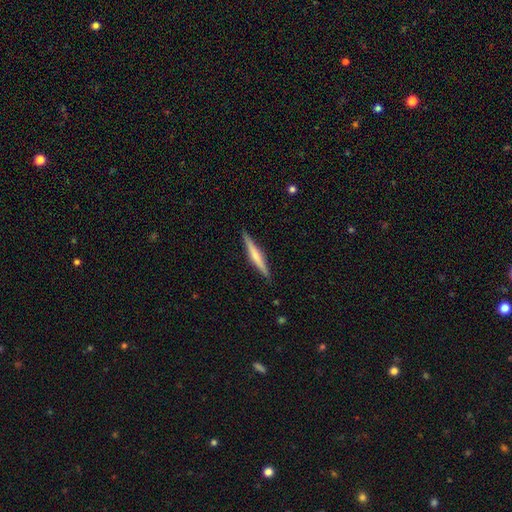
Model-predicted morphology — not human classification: type=featured or disk (54%); edge-on=yes (98%); edge-on bulge=rounded (44%); merging=none (90%).